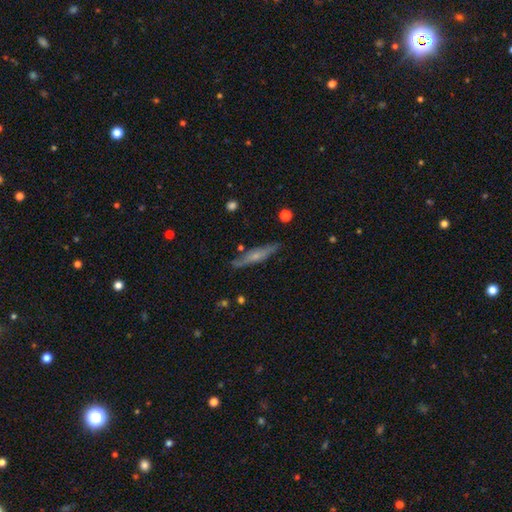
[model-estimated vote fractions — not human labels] featured or disk 58%, smooth 36%, star or artifact 7%. Down the decision tree: edge-on disk — yes (85%); merging — none (80%).